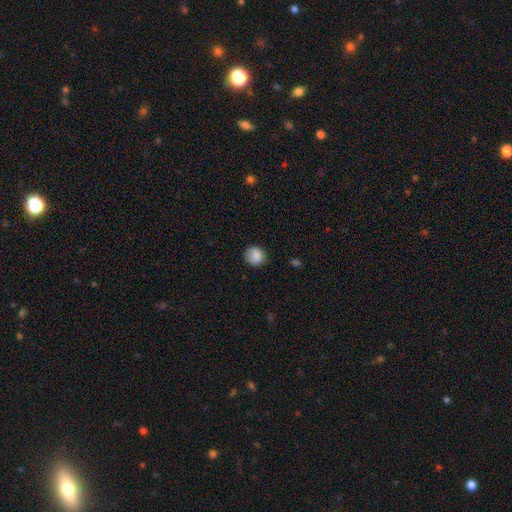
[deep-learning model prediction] Smooth or featured: smooth — 86% (star or artifact — 8%)
How rounded: round — 82% (in between — 17%)
Merging: none — 76% (minor disturbance — 18%)